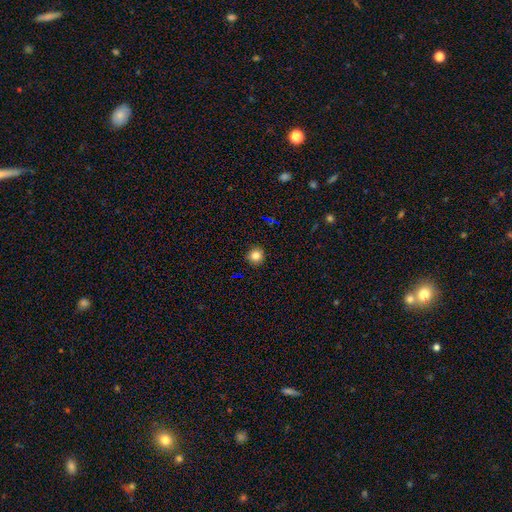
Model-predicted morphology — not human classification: Smooth or featured? Predicted: smooth (p=0.81). How rounded? Predicted: round (p=0.93). Merging? Predicted: none (p=0.92).